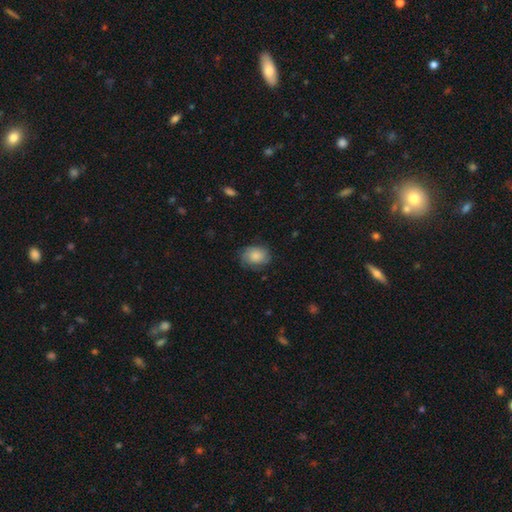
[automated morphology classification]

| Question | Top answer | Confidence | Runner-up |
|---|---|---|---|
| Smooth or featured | smooth | 65% | featured or disk (27%) |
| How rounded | in between | 56% | round (43%) |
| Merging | none | 72% | minor disturbance (20%) |